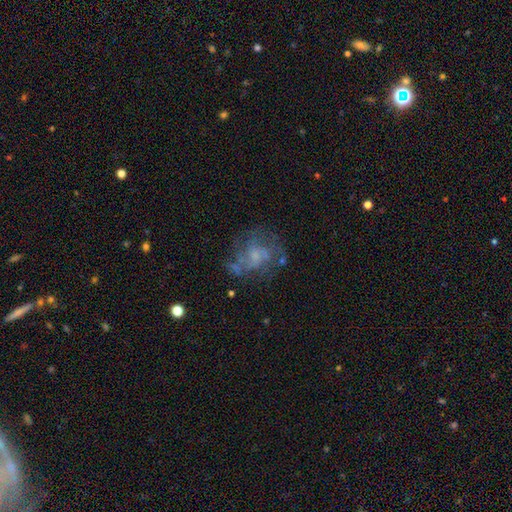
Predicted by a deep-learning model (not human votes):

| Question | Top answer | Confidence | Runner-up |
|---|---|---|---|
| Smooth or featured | featured or disk | 64% | smooth (23%) |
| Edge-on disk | no | 98% | yes (2%) |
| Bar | no | 69% | weak (27%) |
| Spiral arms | yes | 66% | no (34%) |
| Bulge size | small | 49% | none (25%) |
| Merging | none | 56% | major disturbance (21%) |